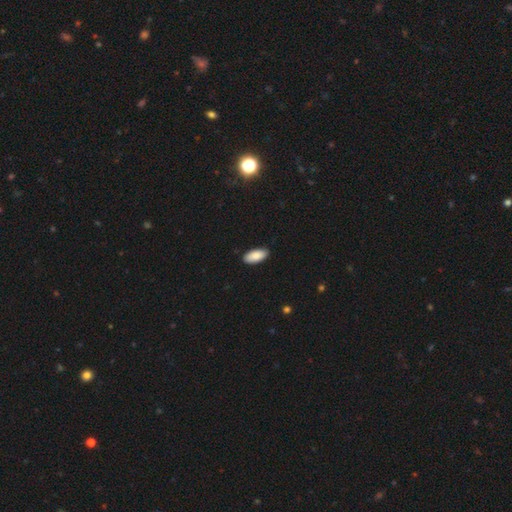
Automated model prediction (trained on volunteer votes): Smooth or featured: smooth — 87% (featured or disk — 7%)
How rounded: in between — 91% (cigar-shaped — 7%)
Merging: none — 88% (minor disturbance — 9%)